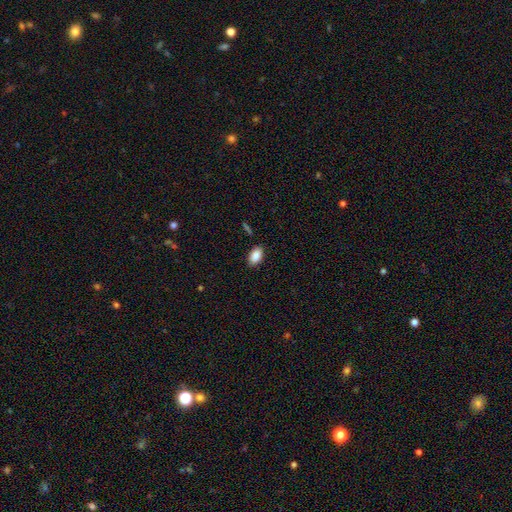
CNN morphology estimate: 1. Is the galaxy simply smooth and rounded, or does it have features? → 88% smooth, 7% star or artifact, 5% featured or disk.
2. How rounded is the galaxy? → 93% in between, 5% round, 2% cigar-shaped.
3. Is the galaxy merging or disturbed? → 85% none, 11% minor disturbance, 2% major disturbance, 2% merger.